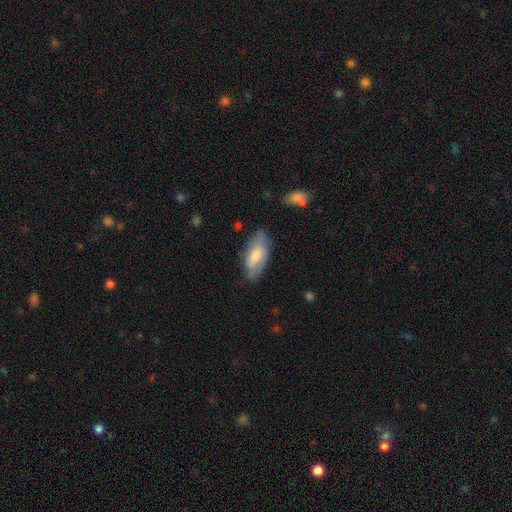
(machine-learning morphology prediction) Smooth or featured? smooth (65%)
How rounded? in between (86%)
Merging? none (73%)